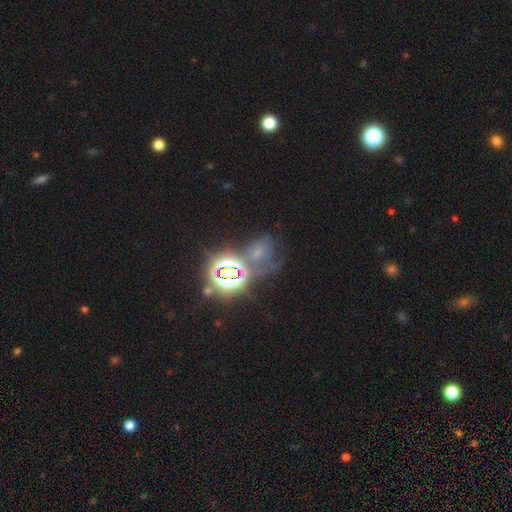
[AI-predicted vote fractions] The model was most divided on "smooth or featured": star or artifact: 65%, smooth: 18%, featured or disk: 17%.